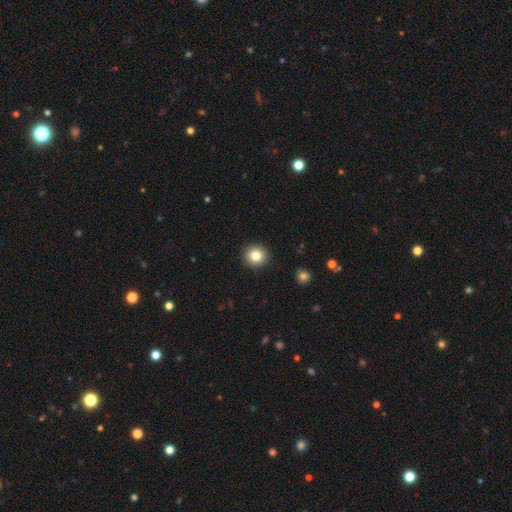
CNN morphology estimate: Overall: smooth (82%). How rounded: round (92%). Merging: none (92%).